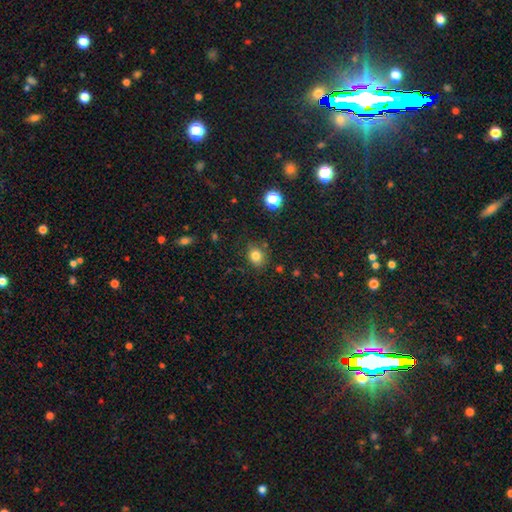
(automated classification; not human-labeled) The model was most divided on "how rounded": round: 69%, in between: 30%, cigar-shaped: 1%. More confident: smooth or featured — smooth (81%); merging — none (80%).